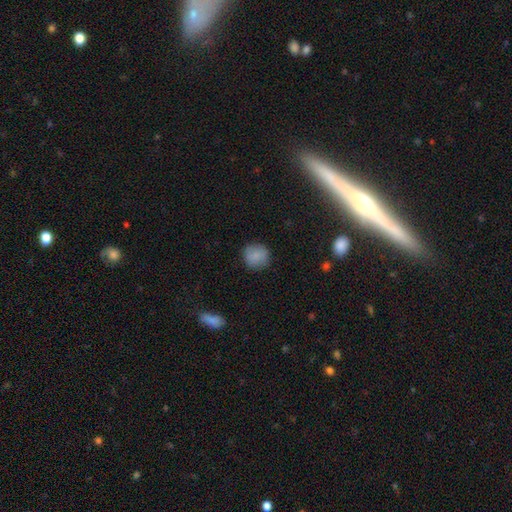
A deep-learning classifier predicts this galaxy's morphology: smooth-or-featured: smooth: 85% | star or artifact: 9% | featured or disk: 6%
  how-rounded: round: 91% | in between: 8% | cigar-shaped: 1%
  merging: none: 86% | minor disturbance: 10% | major disturbance: 3% | merger: 1%